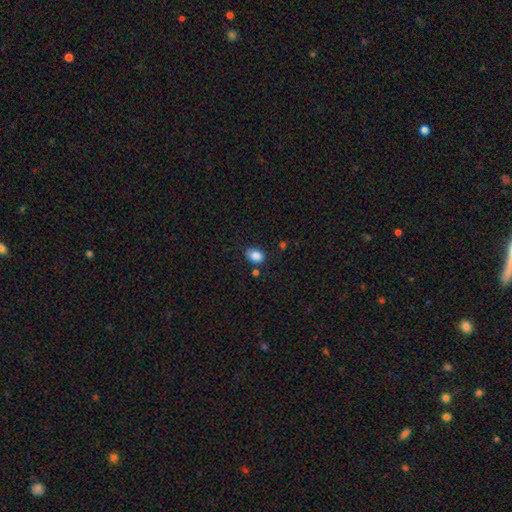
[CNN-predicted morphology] This is clearly a smooth galaxy (86%). How rounded: likely in between (75%). Merging: likely none (70%).